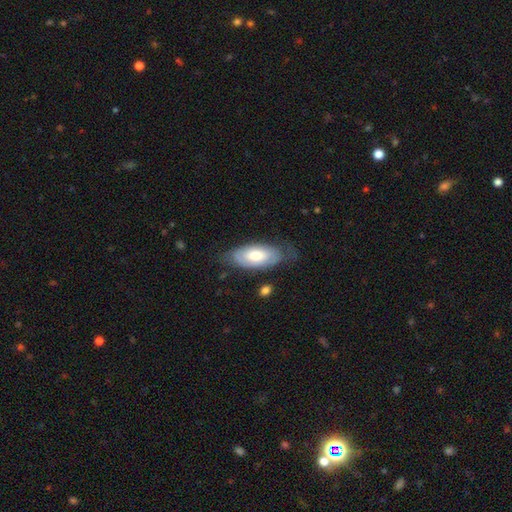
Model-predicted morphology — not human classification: smooth 54%, featured or disk 40%, star or artifact 6%. Down the decision tree: how rounded — in between (89%); merging — none (62%).